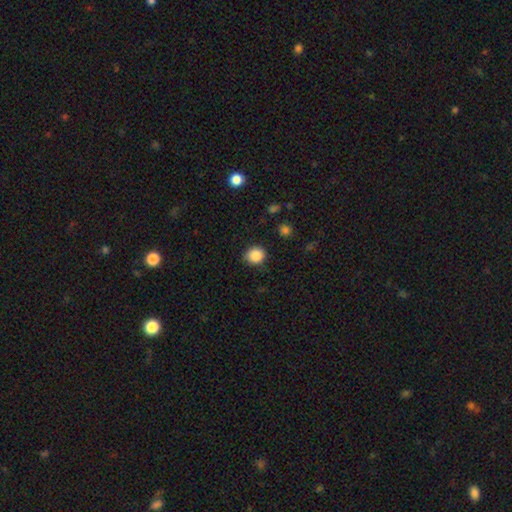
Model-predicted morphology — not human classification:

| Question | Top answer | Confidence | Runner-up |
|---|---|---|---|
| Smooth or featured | smooth | 87% | star or artifact (10%) |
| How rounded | round | 78% | in between (21%) |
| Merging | none | 85% | minor disturbance (11%) |